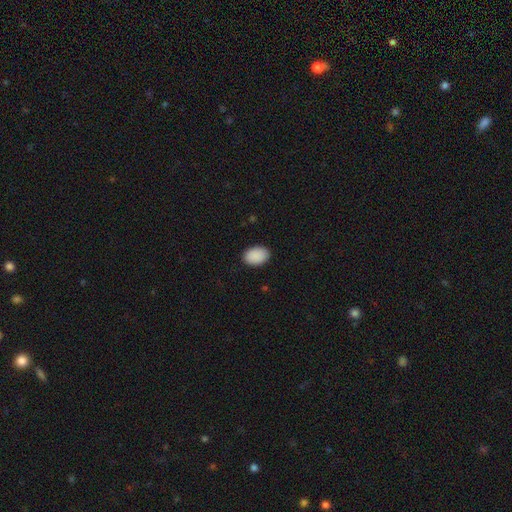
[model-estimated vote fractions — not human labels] Q: Smooth or featured?
A: smooth (91%); runner-up: star or artifact (7%)
Q: How rounded?
A: in between (87%); runner-up: round (12%)
Q: Merging?
A: none (89%); runner-up: minor disturbance (8%)